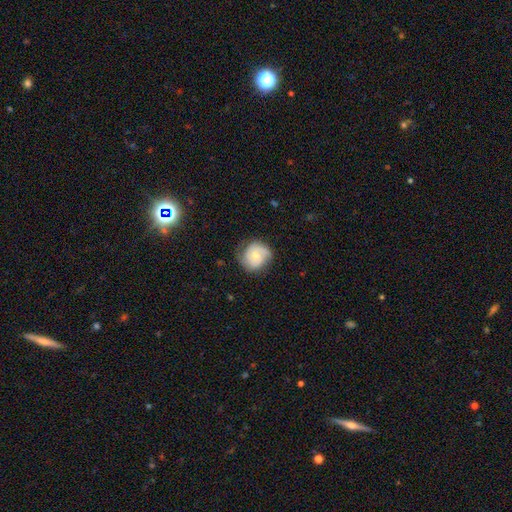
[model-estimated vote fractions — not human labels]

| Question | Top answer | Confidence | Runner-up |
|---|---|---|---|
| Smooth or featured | featured or disk | 50% | smooth (43%) |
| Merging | none | 68% | minor disturbance (23%) |